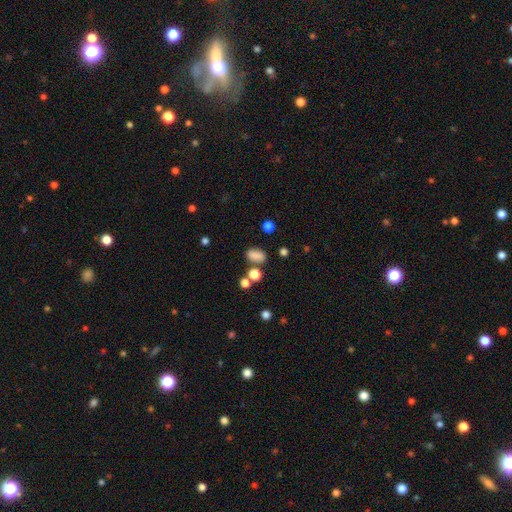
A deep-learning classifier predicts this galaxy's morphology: Overall: smooth (81%). How rounded: in between (83%). Merging: none (70%).